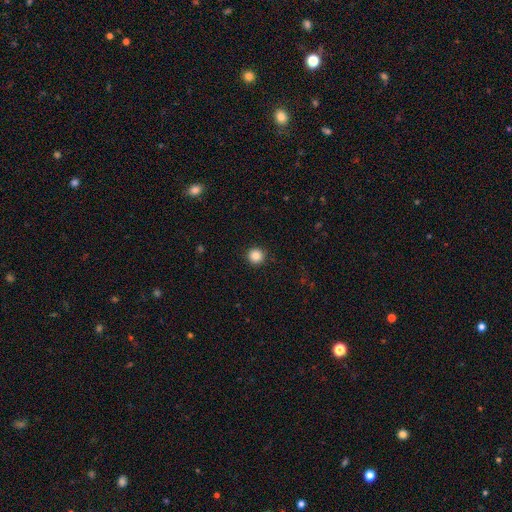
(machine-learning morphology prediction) This appears to be a smooth galaxy with no disk features (86%) that is round (95%). Merging: none (92%).